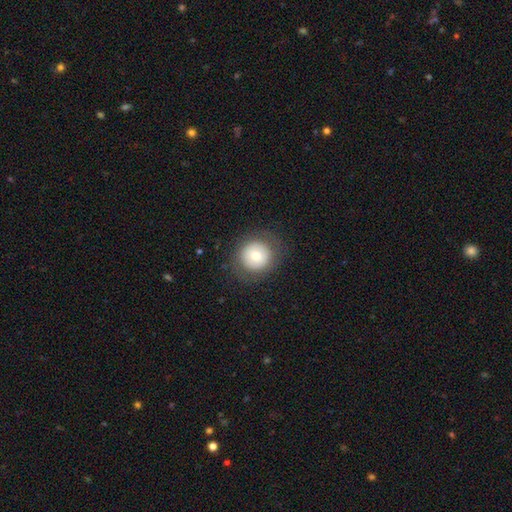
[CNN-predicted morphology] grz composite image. It shows a smooth galaxy with no disk features (70%) that is round (91%). Merging: none (83%).